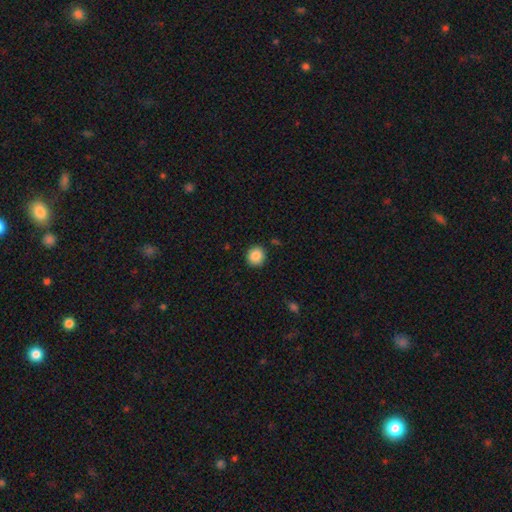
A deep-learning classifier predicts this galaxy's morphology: Smooth or featured?
  - smooth: 88% *
  - star or artifact: 9%
  - featured or disk: 4%
How rounded?
  - round: 90% *
  - in between: 9%
  - cigar-shaped: 1%
Merging?
  - none: 89% *
  - minor disturbance: 7%
  - major disturbance: 2%
  - merger: 1%